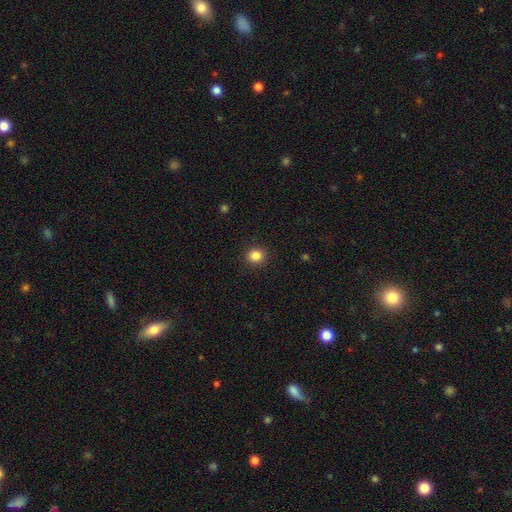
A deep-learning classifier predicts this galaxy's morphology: This appears to be a smooth galaxy with no disk features (85%) that is round (82%). Merging: none (91%).